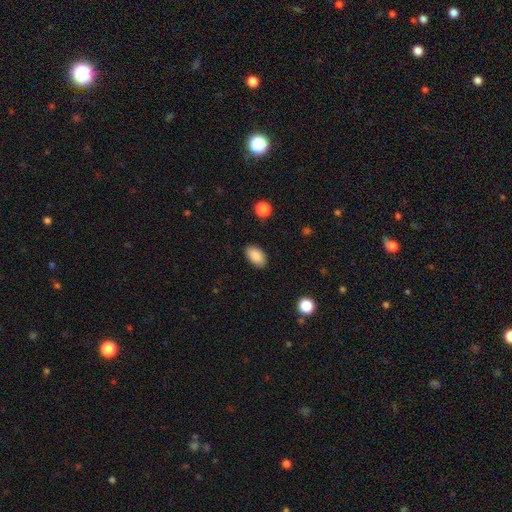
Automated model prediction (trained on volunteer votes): Smooth or featured? smooth (88%)
How rounded? in between (93%)
Merging? none (88%)